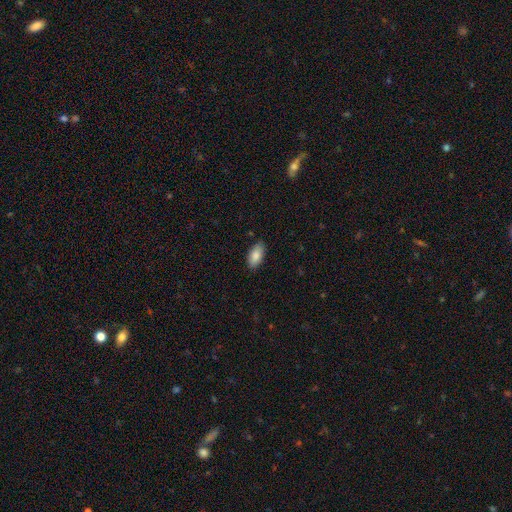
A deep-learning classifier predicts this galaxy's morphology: This appears to be a smooth galaxy with no disk features (86%) that is in between round and cigar-shaped (92%). Merging: none (86%).